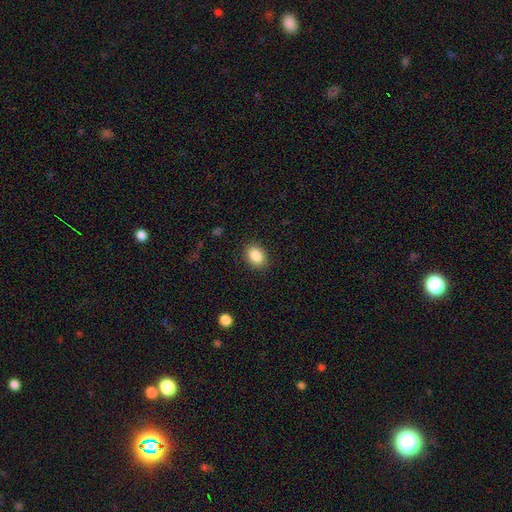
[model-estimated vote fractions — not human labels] This appears to be a smooth galaxy with no disk features (87%) that is in between round and cigar-shaped (67%). Merging: none (87%).